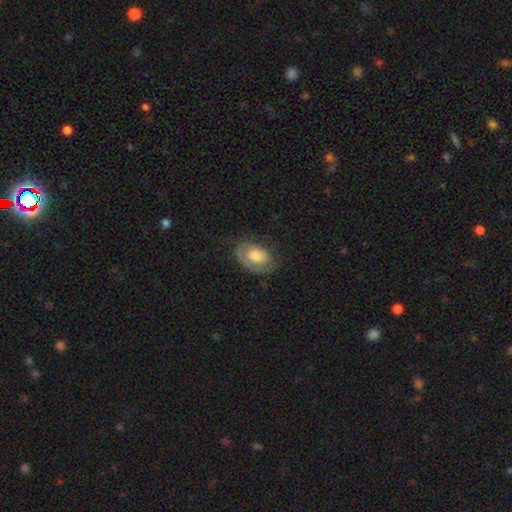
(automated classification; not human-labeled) smooth-or-featured: smooth: 49% | featured or disk: 45% | star or artifact: 7%
  merging: none: 62% | minor disturbance: 23% | major disturbance: 13% | merger: 1%